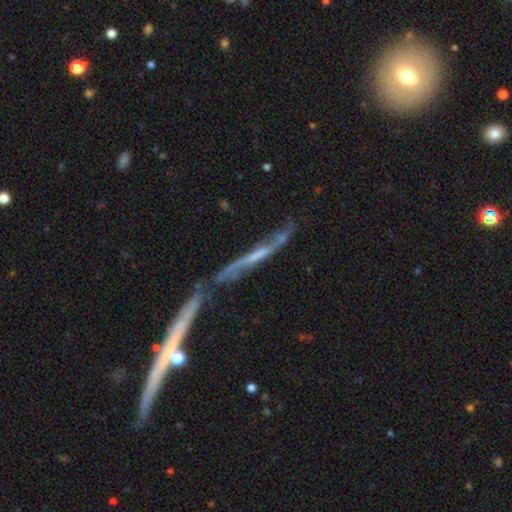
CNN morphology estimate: smooth_or_featured: featured or disk (p=0.70) [alt: smooth p=0.21]
disk_edge_on: yes (p=0.60) [alt: no p=0.40]
merging: none (p=0.34) [alt: merger p=0.33]